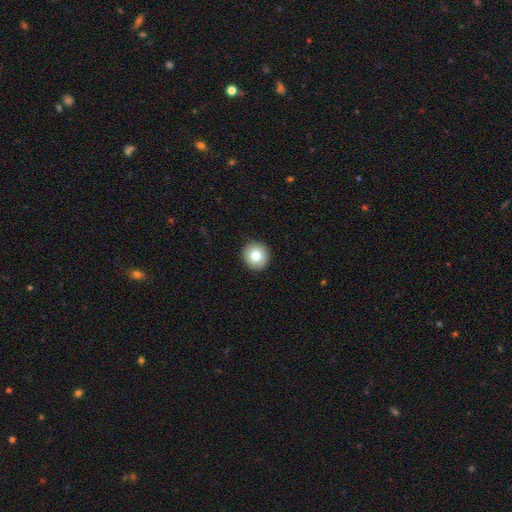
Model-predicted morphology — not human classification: type=smooth (79%); roundness=round (95%); merging=none (93%).